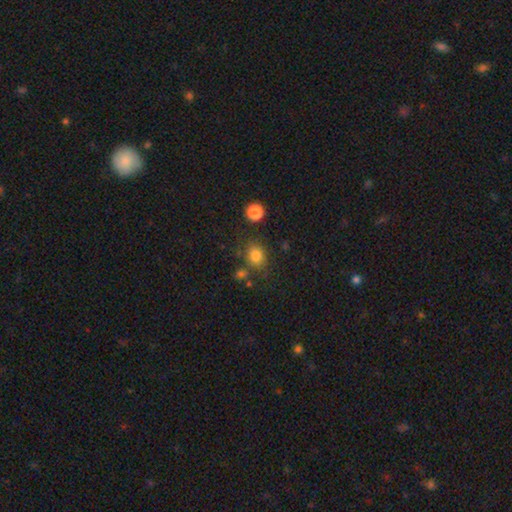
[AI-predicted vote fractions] Overall: smooth (80%). How rounded: round (65%; in between 34%). Merging: none (74%).